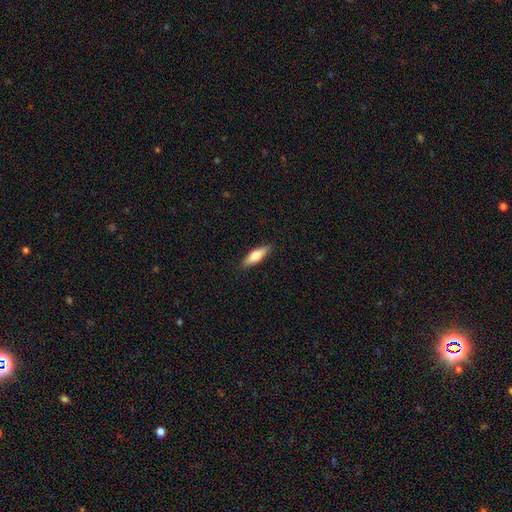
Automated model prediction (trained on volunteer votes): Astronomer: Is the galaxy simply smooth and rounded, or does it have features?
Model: smooth — 66%.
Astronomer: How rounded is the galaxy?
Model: in between — 49% (runner-up: cigar-shaped, 48%).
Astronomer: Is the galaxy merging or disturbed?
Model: none — 87%.